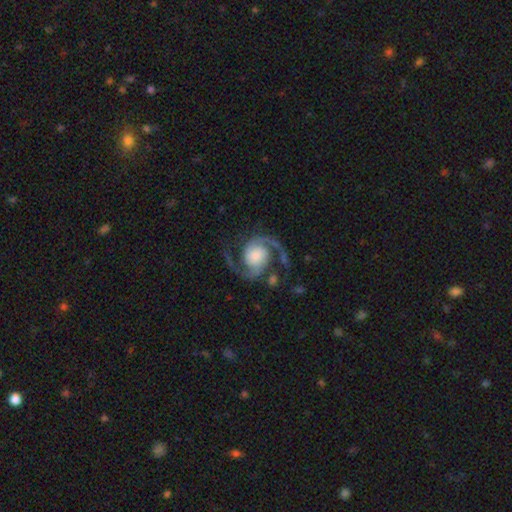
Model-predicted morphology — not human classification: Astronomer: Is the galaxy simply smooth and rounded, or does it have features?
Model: featured or disk — 93%.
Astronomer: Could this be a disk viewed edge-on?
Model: no — 99%.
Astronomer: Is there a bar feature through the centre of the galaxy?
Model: no — 68%.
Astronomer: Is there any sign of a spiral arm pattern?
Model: yes — 99%.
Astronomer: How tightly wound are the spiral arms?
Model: medium — 56%.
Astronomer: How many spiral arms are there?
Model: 2 — 95%.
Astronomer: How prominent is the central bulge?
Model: small — 29% (runner-up: large, 26%).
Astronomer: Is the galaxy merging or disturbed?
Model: none — 77%.